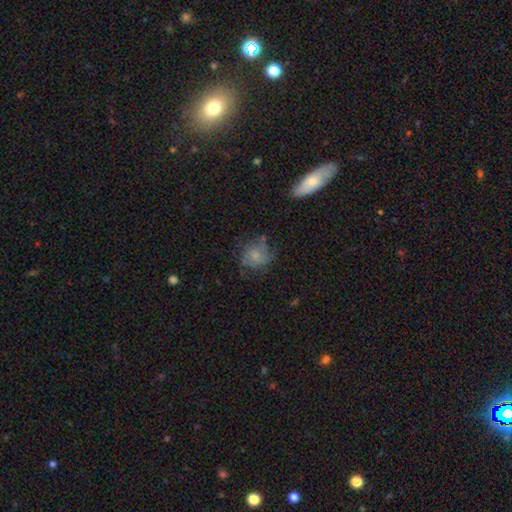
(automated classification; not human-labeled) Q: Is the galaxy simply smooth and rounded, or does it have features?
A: smooth — 56%.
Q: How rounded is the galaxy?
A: round — 72%.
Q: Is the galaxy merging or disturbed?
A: none — 53%.